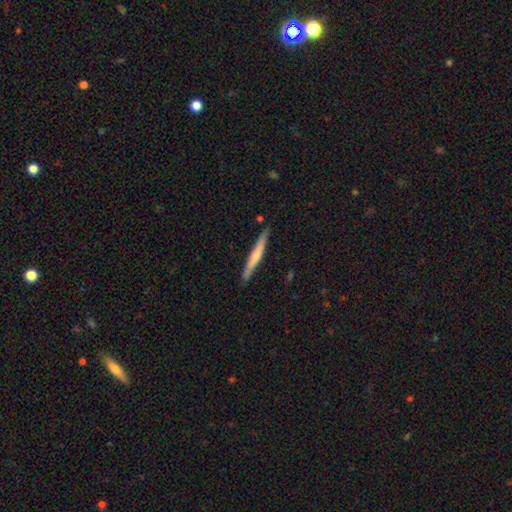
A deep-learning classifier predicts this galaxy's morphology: Smooth or featured: smooth — 51% (featured or disk — 44%)
How rounded: cigar-shaped — 96% (in between — 3%)
Merging: none — 87% (minor disturbance — 10%)